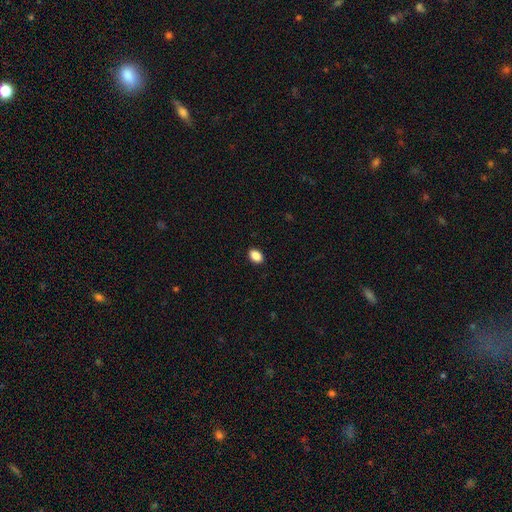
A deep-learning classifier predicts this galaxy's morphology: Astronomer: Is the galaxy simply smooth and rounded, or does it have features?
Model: smooth — 89%.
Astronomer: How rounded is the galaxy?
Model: in between — 83%.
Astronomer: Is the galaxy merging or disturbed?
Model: none — 90%.